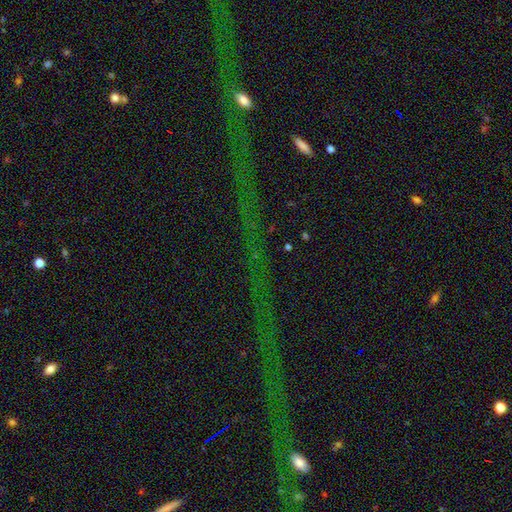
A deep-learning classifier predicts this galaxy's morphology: Smooth or featured?
  - star or artifact: 81% *
  - featured or disk: 11%
  - smooth: 8%